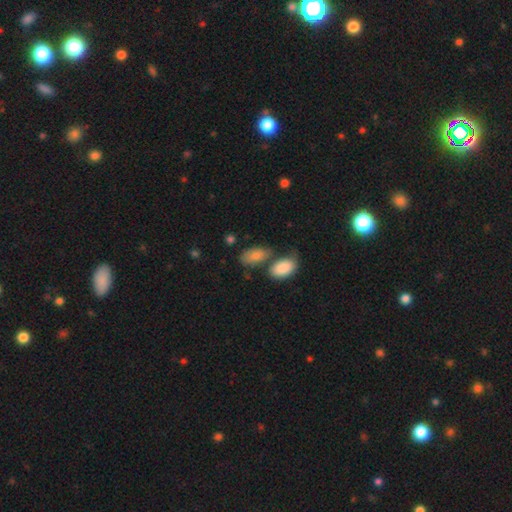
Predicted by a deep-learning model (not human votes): Smooth or featured? smooth (80%)
How rounded? in between (92%)
Merging? none (53%)